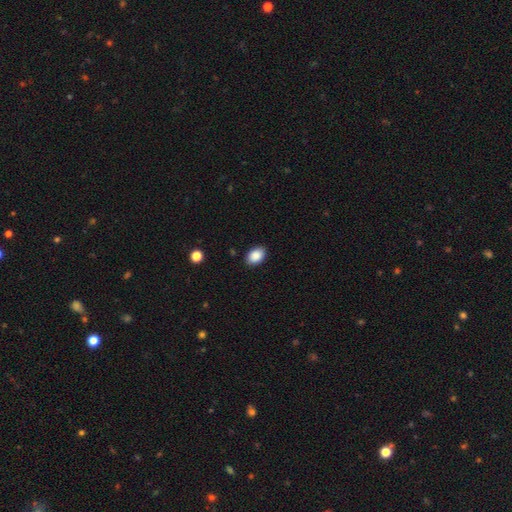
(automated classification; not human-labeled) Smooth or featured? Predicted: smooth (p=0.89). How rounded? Predicted: in between (p=0.86). Merging? Predicted: none (p=0.88).